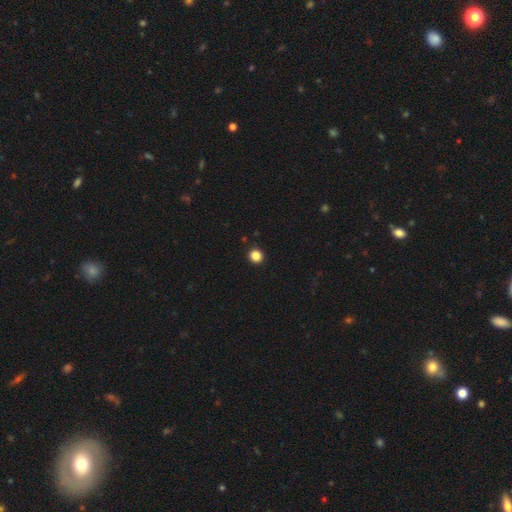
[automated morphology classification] Smooth or featured?
  - smooth: 86% *
  - star or artifact: 12%
  - featured or disk: 3%
How rounded?
  - round: 90% *
  - in between: 9%
  - cigar-shaped: 1%
Merging?
  - none: 93% *
  - minor disturbance: 4%
  - major disturbance: 1%
  - merger: 1%